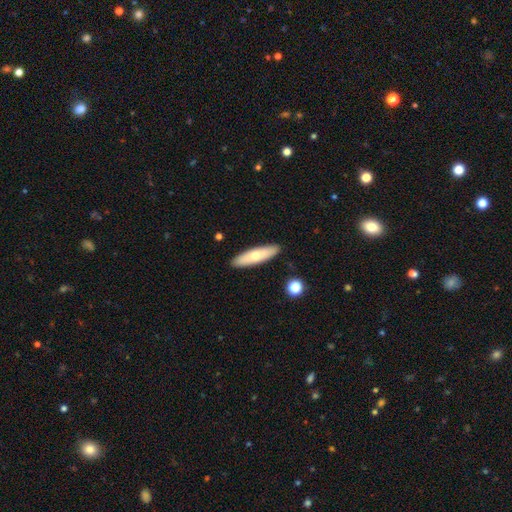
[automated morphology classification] Smooth or featured? smooth (64%)
How rounded? cigar-shaped (66%)
Merging? none (89%)